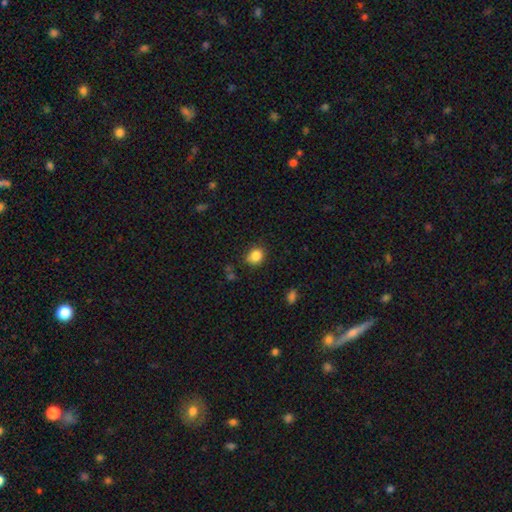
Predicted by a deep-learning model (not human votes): Smooth or featured? smooth (85%)
How rounded? round (67%)
Merging? none (80%)